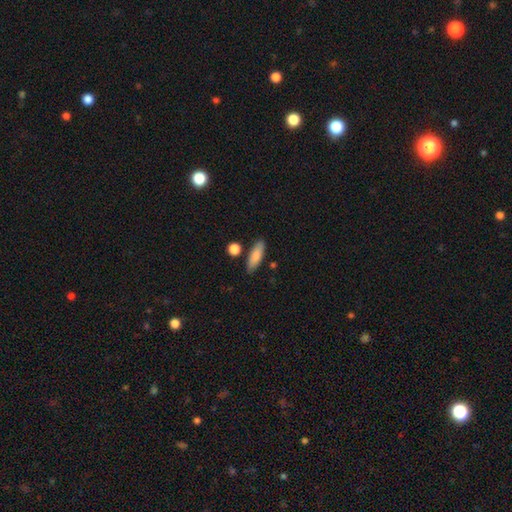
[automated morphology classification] Q: Smooth or featured?
A: smooth (83%); runner-up: featured or disk (11%)
Q: How rounded?
A: in between (55%); runner-up: cigar-shaped (42%)
Q: Merging?
A: none (82%); runner-up: minor disturbance (11%)